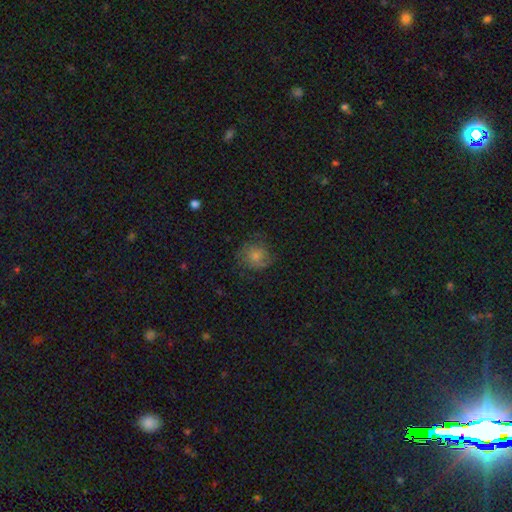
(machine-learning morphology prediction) Q: Smooth or featured?
A: smooth (53%); runner-up: featured or disk (33%)
Q: How rounded?
A: round (85%); runner-up: in between (14%)
Q: Merging?
A: none (74%); runner-up: minor disturbance (18%)